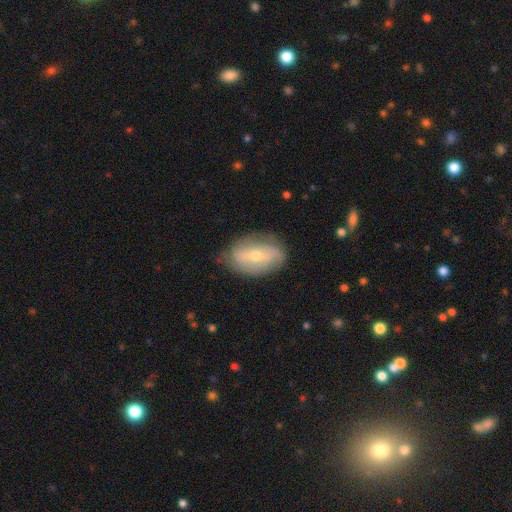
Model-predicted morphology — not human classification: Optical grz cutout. It shows a featured or disk galaxy (59%) with a weak bar (37%), spiral arms (64%) and a small central bulge (49%). Merging: none (73%).